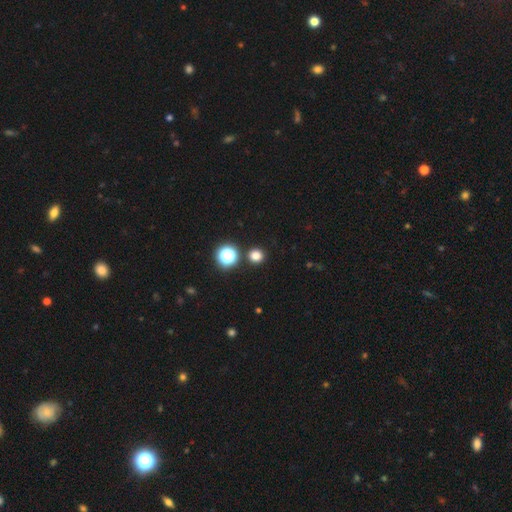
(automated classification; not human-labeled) The model was most divided on "smooth or featured": smooth: 77%, star or artifact: 18%, featured or disk: 4%. More confident: how rounded — round (92%); merging — none (89%).